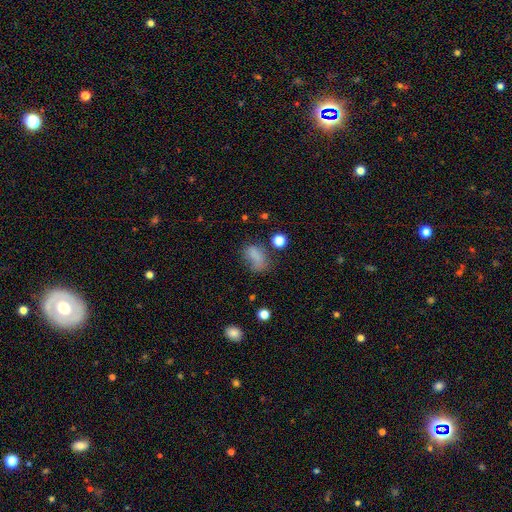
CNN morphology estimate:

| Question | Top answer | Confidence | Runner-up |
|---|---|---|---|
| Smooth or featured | smooth | 74% | star or artifact (15%) |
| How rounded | in between | 82% | round (16%) |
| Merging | none | 47% | minor disturbance (27%) |